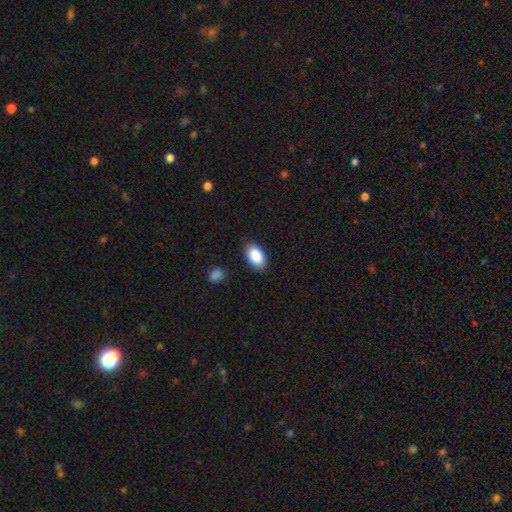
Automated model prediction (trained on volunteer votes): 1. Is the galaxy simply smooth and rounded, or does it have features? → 90% smooth, 6% star or artifact, 4% featured or disk.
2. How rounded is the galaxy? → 92% in between, 6% round, 1% cigar-shaped.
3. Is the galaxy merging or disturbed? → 86% none, 10% minor disturbance, 2% major disturbance, 1% merger.